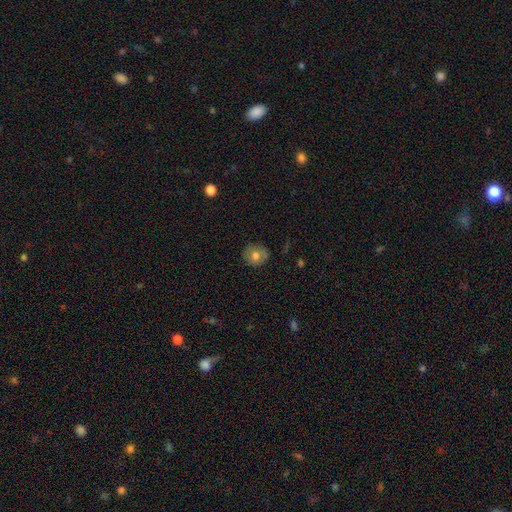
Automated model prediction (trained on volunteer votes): smooth 72%, featured or disk 18%, star or artifact 10%. Down the decision tree: how rounded — round (84%); merging — none (81%).